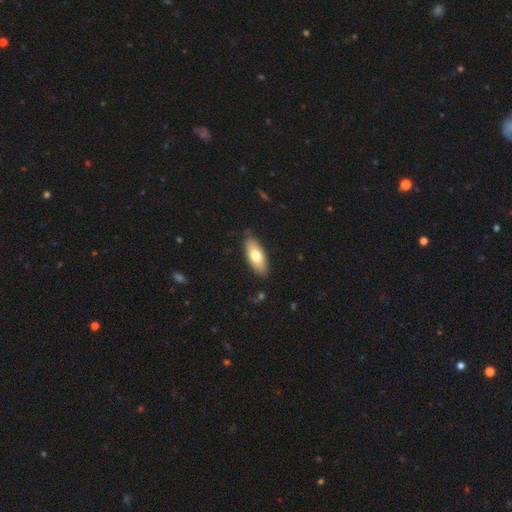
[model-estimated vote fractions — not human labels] smooth 71%, featured or disk 23%, star or artifact 6%. Down the decision tree: how rounded — in between (81%); merging — none (84%).